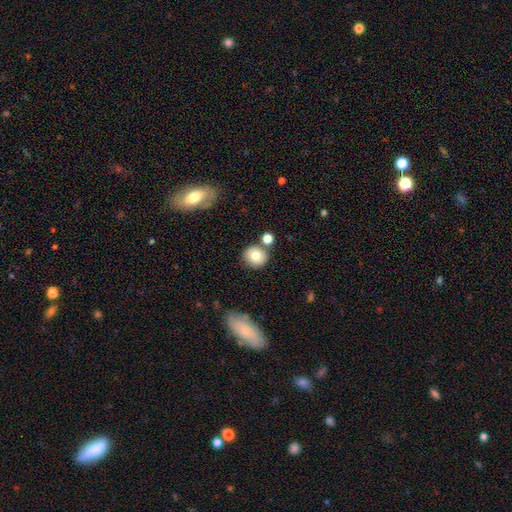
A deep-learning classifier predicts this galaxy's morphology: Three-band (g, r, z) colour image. It shows a smooth galaxy with no disk features (77%) that is round (87%). Merging: none (75%).